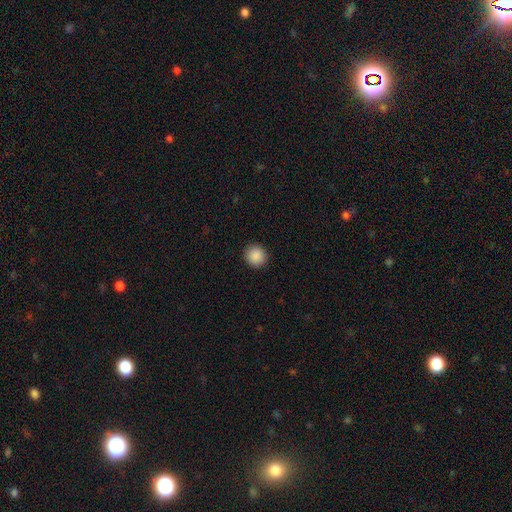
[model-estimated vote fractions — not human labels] Smooth or featured? smooth (89%)
How rounded? round (93%)
Merging? none (93%)